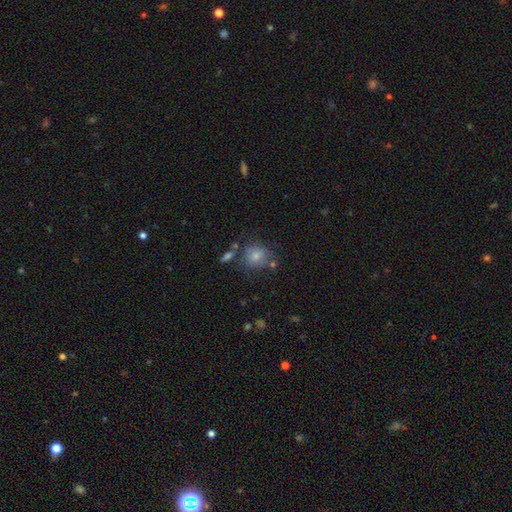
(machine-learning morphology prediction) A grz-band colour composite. It shows a smooth galaxy with no disk features (62%) that is round (75%). Merging: none (67%).